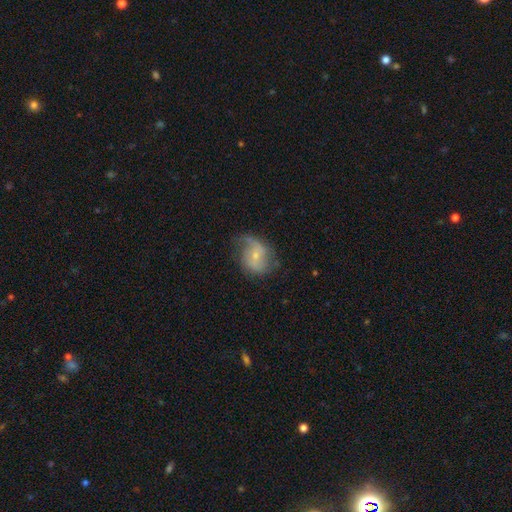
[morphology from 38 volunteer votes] smooth-or-featured: featured or disk: 82% | smooth: 11% | star or artifact: 8%
  disk-edge-on: no: 100% | yes: 0%
    bar: no: 58% | weak: 42% | strong: 0%
    has-spiral-arms: yes: 90% | no: 10%
      spiral-winding: loose: 64% | tight: 18% | medium: 18%
      spiral-arm-count: 2: 89% | 3: 7% | can't tell: 4% | 1: 0% | 4: 0% | more than 4: 0%
    bulge-size: small: 71% | moderate: 19% | dominant: 3% | large: 3% | none: 3%
  merging: none: 60% | major disturbance: 23% | minor disturbance: 17% | merger: 0%